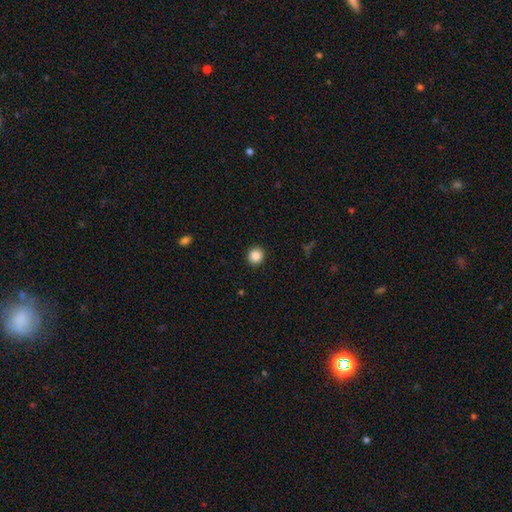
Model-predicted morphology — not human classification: Smooth or featured?
  - smooth: 87% *
  - star or artifact: 10%
  - featured or disk: 4%
How rounded?
  - round: 91% *
  - in between: 8%
  - cigar-shaped: 1%
Merging?
  - none: 92% *
  - minor disturbance: 5%
  - major disturbance: 2%
  - merger: 1%